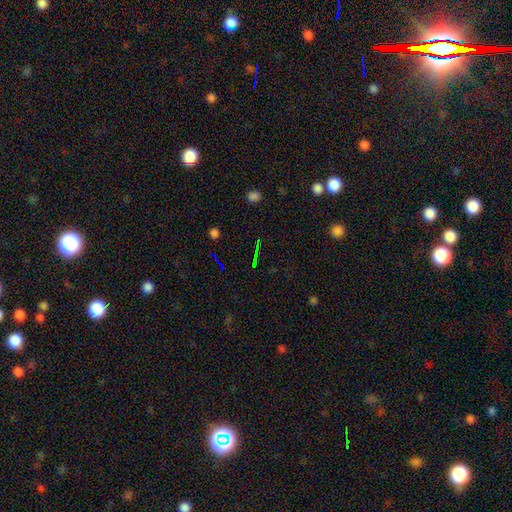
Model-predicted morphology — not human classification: Smooth or featured?
  - star or artifact: 74% *
  - smooth: 14%
  - featured or disk: 12%